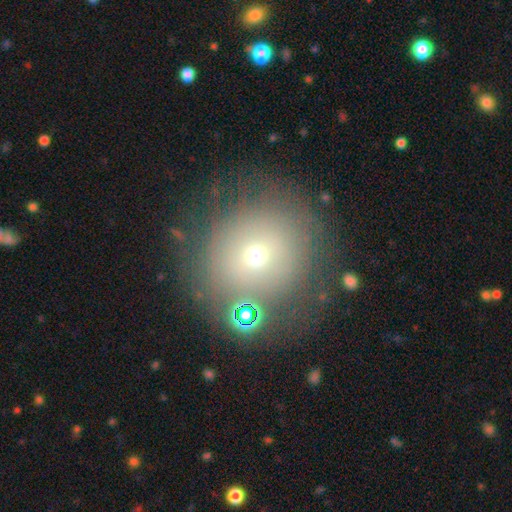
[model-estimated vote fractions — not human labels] smooth_or_featured: smooth (p=0.59) [alt: featured or disk p=0.24]
how_rounded: round (p=0.91) [alt: in between p=0.08]
merging: none (p=0.78) [alt: minor disturbance p=0.12]